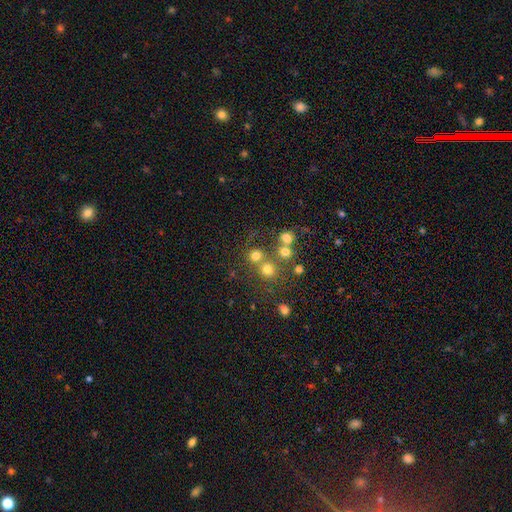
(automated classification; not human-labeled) smooth 69%, star or artifact 19%, featured or disk 12%. Down the decision tree: how rounded — round (88%); merging — none (57%).